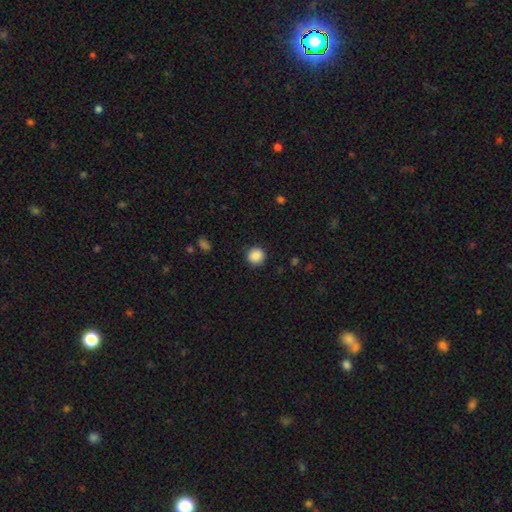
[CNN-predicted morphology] The model was most divided on "smooth or featured": smooth: 88%, star or artifact: 9%, featured or disk: 3%. More confident: how rounded — round (93%); merging — none (90%).